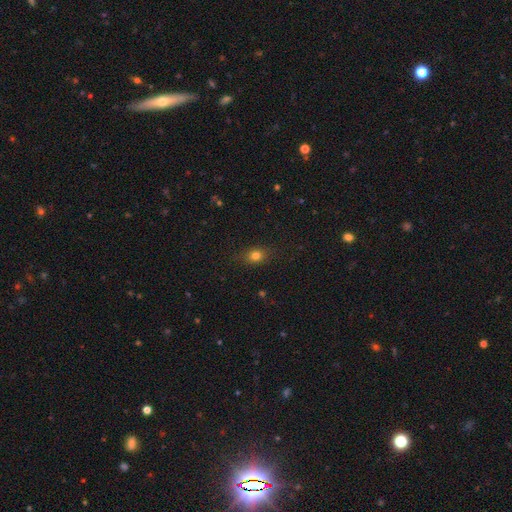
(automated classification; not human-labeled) This appears to be a smooth galaxy with no disk features (78%) that is in between round and cigar-shaped (52%). Merging: none (83%).